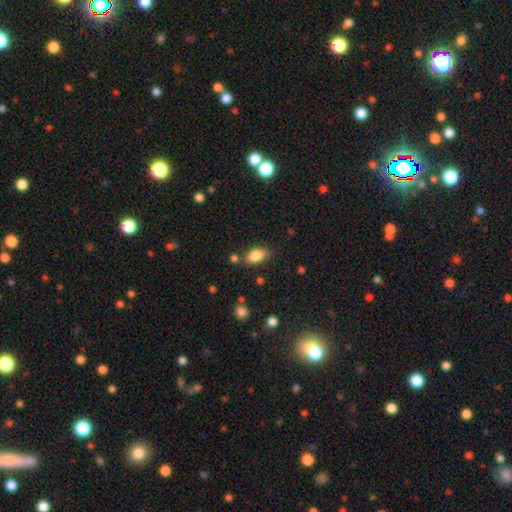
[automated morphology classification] A smooth galaxy with no disk features (85%) that is in between round and cigar-shaped (90%).

Vote fractions:
- Smooth or featured? smooth: 85% / star or artifact: 8% / featured or disk: 7%
- How rounded? in between: 90% / round: 6% / cigar-shaped: 4%
- Merging? none: 75% / minor disturbance: 14% / merger: 7% / major disturbance: 4%